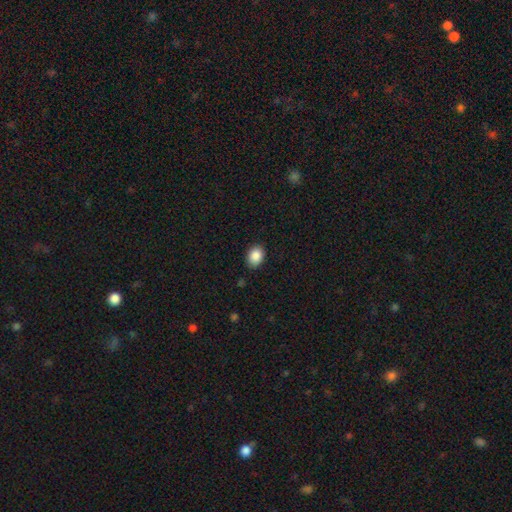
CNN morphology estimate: Smooth or featured?
  - smooth: 88% *
  - star or artifact: 8%
  - featured or disk: 4%
How rounded?
  - in between: 70% *
  - round: 29%
  - cigar-shaped: 1%
Merging?
  - none: 86% *
  - minor disturbance: 11%
  - major disturbance: 2%
  - merger: 1%